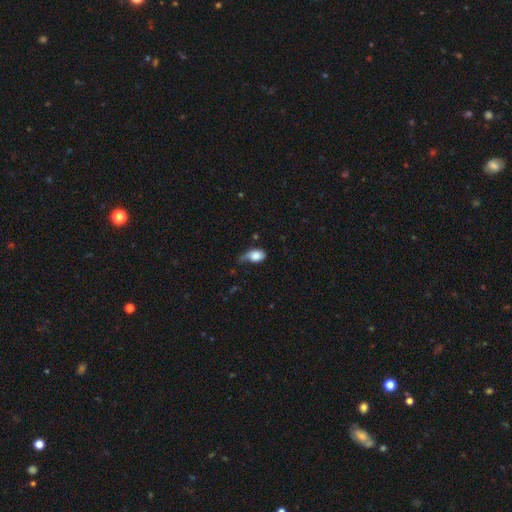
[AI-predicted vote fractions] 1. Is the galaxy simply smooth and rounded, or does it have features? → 79% smooth, 14% featured or disk, 7% star or artifact.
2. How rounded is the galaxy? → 84% in between, 14% round, 2% cigar-shaped.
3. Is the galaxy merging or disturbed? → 40% minor disturbance, 30% major disturbance, 26% none, 4% merger.